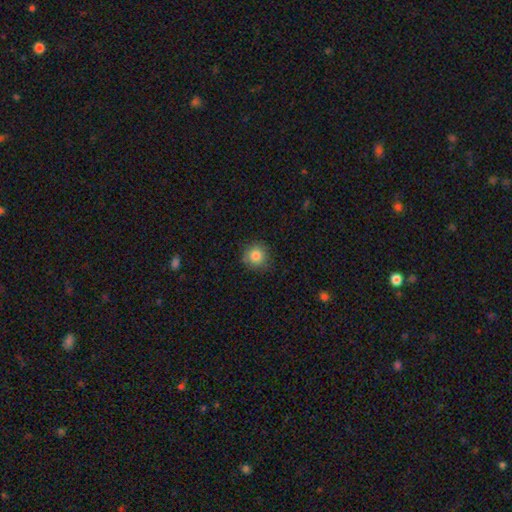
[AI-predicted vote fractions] The model was most divided on "merging": none: 85%, minor disturbance: 12%, major disturbance: 3%, merger: 1%. More confident: how rounded — round (93%); smooth or featured — smooth (84%).